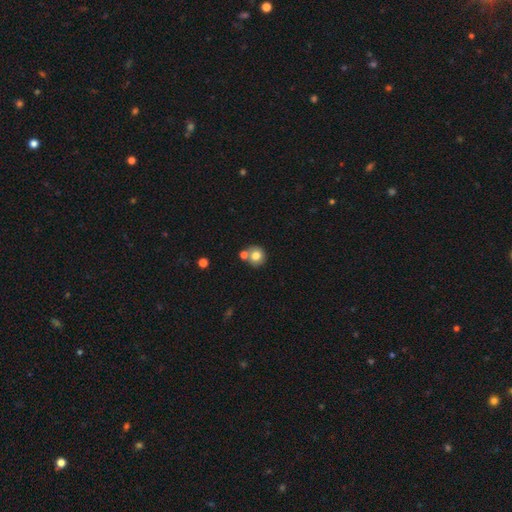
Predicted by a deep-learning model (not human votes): This is likely a smooth galaxy (76%). How rounded: clearly round (87%). Merging: possibly none (58%).